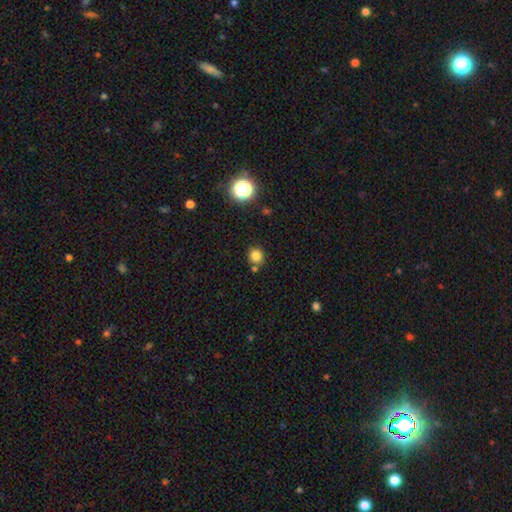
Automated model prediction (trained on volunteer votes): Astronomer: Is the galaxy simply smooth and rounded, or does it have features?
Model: smooth — 81%.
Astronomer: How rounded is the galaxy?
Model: round — 88%.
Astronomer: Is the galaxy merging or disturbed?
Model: none — 77%.